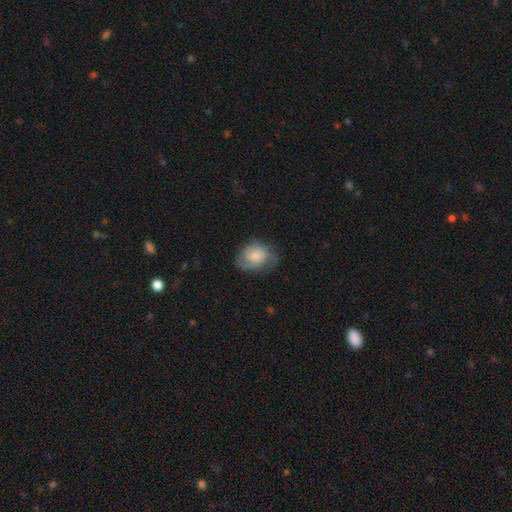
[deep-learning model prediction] Smooth or featured? Predicted: smooth (p=0.68). How rounded? Predicted: round (p=0.51). Merging? Predicted: none (p=0.54).